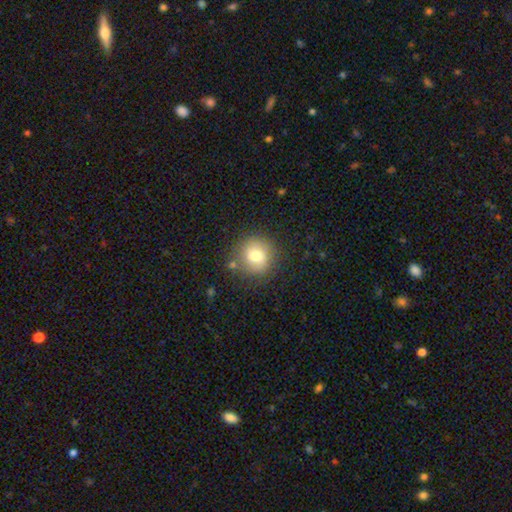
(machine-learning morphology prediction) smooth_or_featured: smooth (p=0.74) [alt: featured or disk p=0.15]
how_rounded: round (p=0.90) [alt: in between p=0.09]
merging: none (p=0.81) [alt: minor disturbance p=0.12]